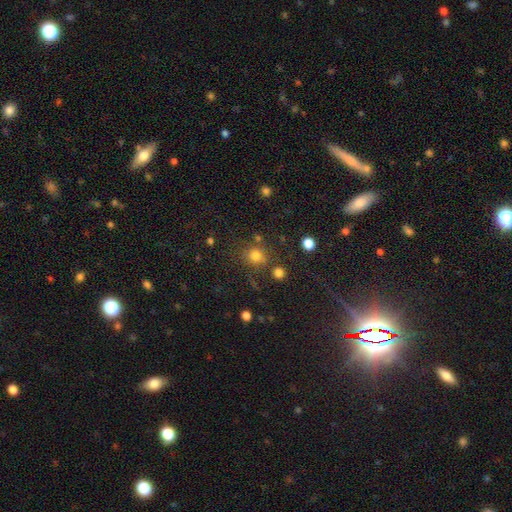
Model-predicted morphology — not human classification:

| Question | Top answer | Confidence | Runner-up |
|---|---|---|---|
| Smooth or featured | smooth | 74% | star or artifact (18%) |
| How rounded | round | 81% | in between (18%) |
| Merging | none | 73% | minor disturbance (11%) |